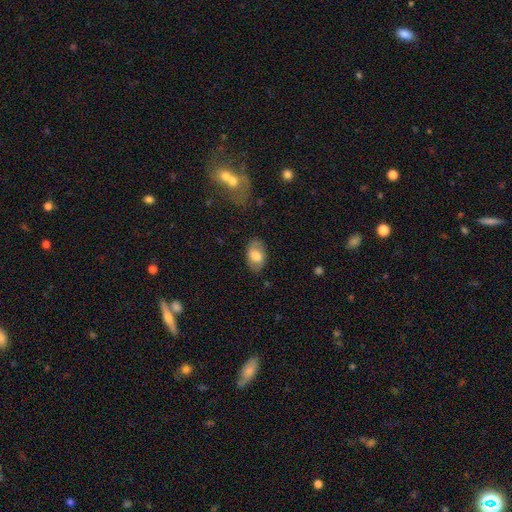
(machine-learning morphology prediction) Smooth or featured? smooth (68%)
How rounded? in between (91%)
Merging? none (81%)